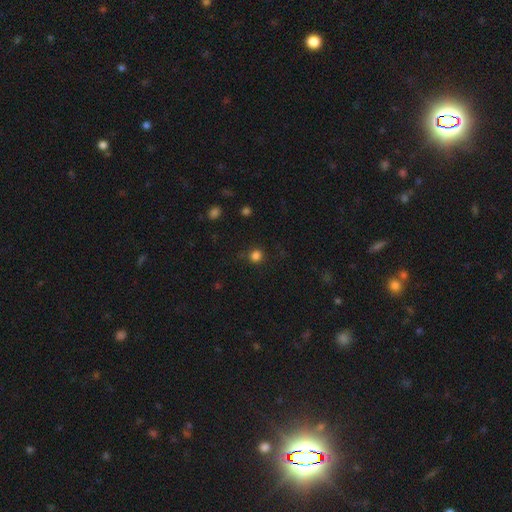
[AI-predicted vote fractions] This appears to be a smooth galaxy with no disk features (81%) that is round (91%). Merging: none (82%).